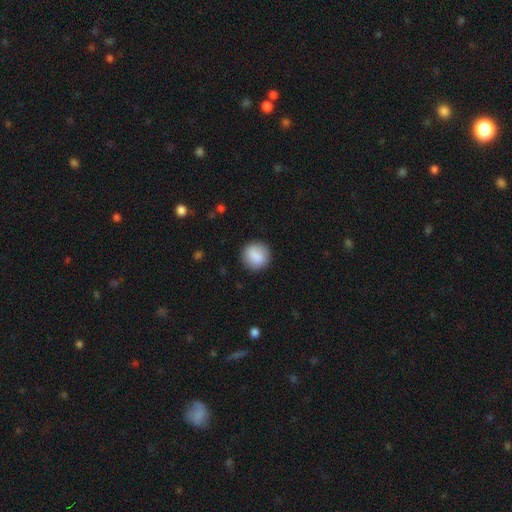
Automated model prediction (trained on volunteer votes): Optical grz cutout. It shows a smooth galaxy with no disk features (85%) that is round (86%). Merging: none (87%).